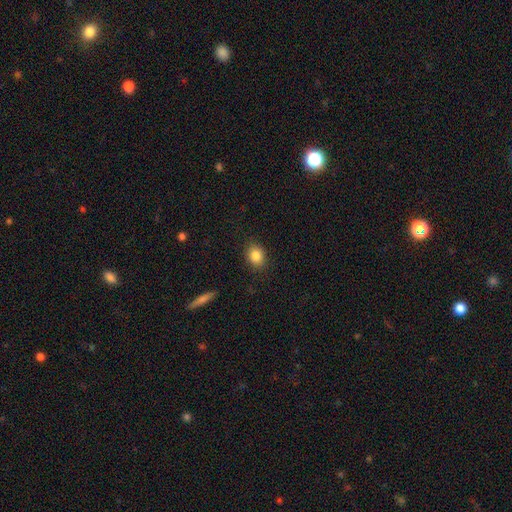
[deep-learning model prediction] Overall: smooth (84%). How rounded: in between (50%; round 48%). Merging: none (88%).